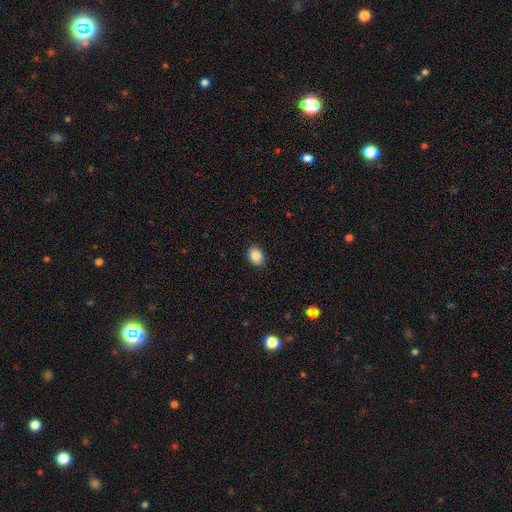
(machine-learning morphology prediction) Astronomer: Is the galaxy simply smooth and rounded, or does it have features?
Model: smooth — 89%.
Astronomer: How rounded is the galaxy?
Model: in between — 76%.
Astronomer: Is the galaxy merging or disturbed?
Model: none — 89%.